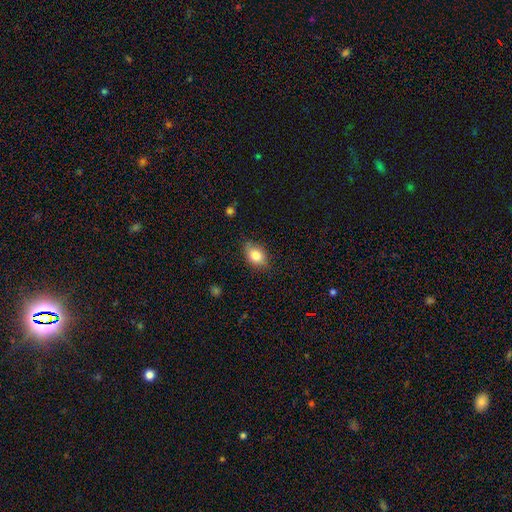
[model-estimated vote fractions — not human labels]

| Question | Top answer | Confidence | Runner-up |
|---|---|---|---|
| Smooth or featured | smooth | 82% | featured or disk (10%) |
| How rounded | in between | 80% | round (18%) |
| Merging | none | 79% | minor disturbance (17%) |